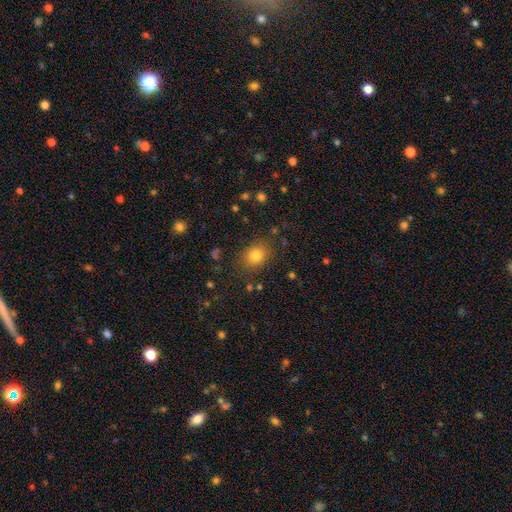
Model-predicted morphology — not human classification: This is likely a smooth galaxy (80%). How rounded: possibly round (52%). Merging: clearly none (82%).